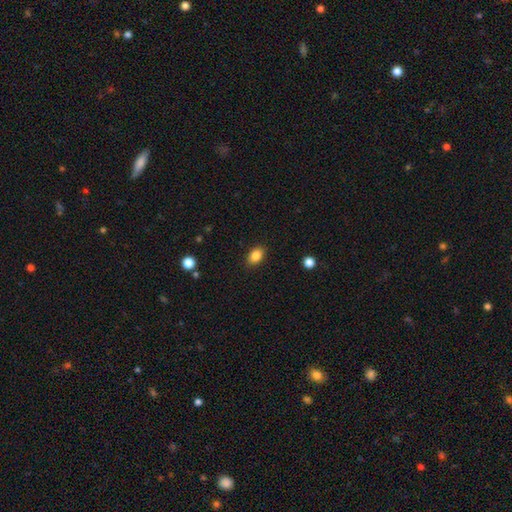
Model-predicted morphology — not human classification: A smooth galaxy with no disk features (86%) that is in between round and cigar-shaped (81%). Merging: none (88%).